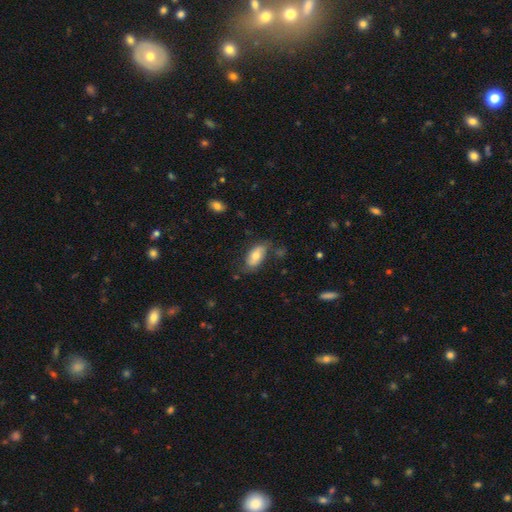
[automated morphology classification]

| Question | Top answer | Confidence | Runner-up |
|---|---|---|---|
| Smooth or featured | smooth | 65% | featured or disk (29%) |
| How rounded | in between | 91% | cigar-shaped (6%) |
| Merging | none | 66% | minor disturbance (24%) |